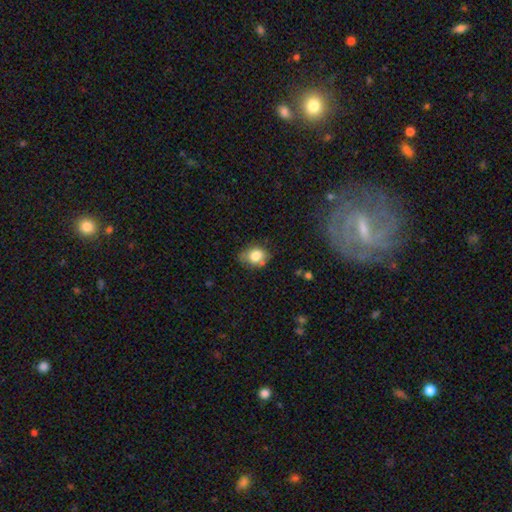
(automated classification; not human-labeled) This appears to be a smooth galaxy with no disk features (78%) that is in between round and cigar-shaped (53%). Merging: none (60%).